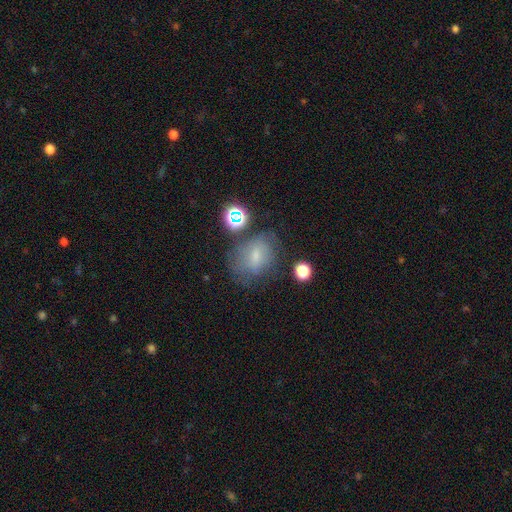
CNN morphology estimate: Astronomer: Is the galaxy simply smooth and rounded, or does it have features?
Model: smooth — 58%.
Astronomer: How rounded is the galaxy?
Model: in between — 59% (runner-up: round, 40%).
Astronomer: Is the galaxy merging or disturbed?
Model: none — 53%.